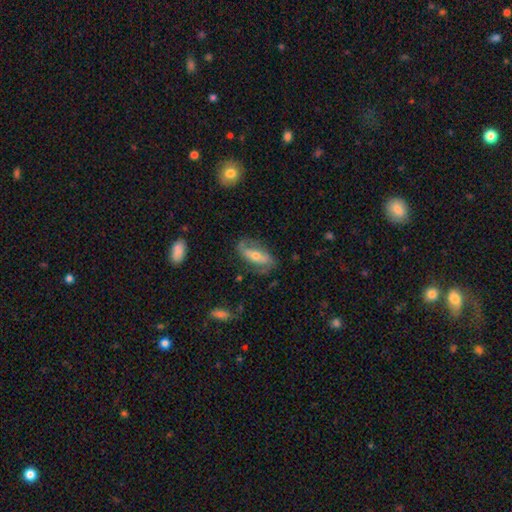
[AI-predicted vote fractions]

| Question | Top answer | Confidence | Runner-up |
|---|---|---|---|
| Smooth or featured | featured or disk | 64% | smooth (29%) |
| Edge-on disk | no | 82% | yes (18%) |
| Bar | strong | 41% | no (34%) |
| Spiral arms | yes | 78% | no (22%) |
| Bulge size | moderate | 55% | small (39%) |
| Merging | none | 68% | minor disturbance (21%) |